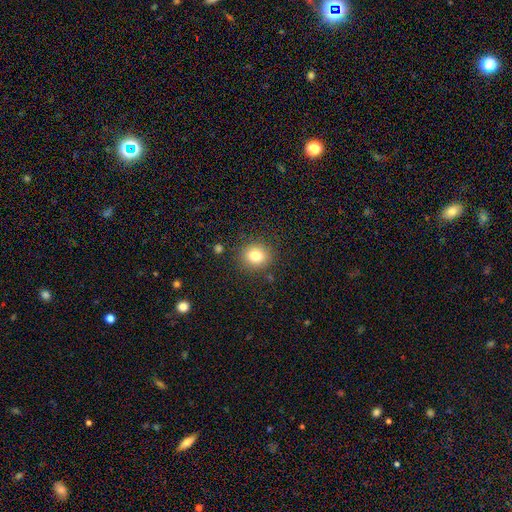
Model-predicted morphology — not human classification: smooth-or-featured: smooth: 80% | star or artifact: 11% | featured or disk: 8%
  how-rounded: round: 82% | in between: 17% | cigar-shaped: 1%
  merging: none: 87% | minor disturbance: 9% | major disturbance: 3% | merger: 2%